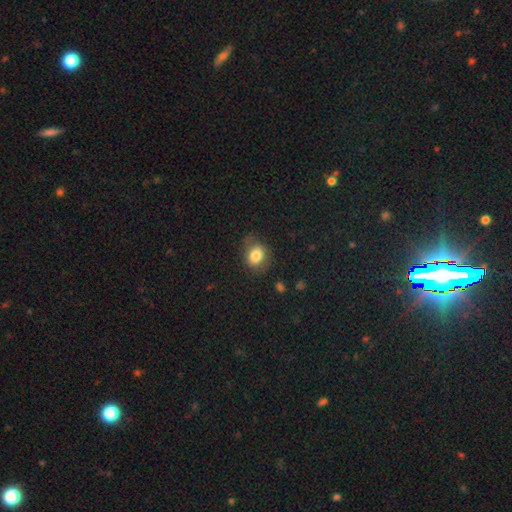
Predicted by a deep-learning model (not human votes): Overall: smooth (81%). How rounded: round (53%; in between 46%). Merging: none (66%).